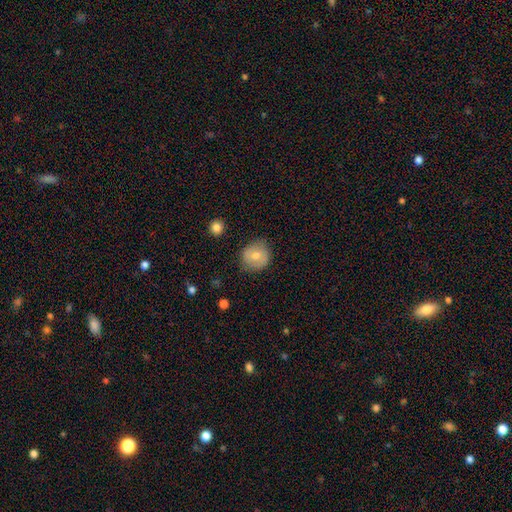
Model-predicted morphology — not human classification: type=smooth (69%); roundness=round (83%); merging=none (79%).